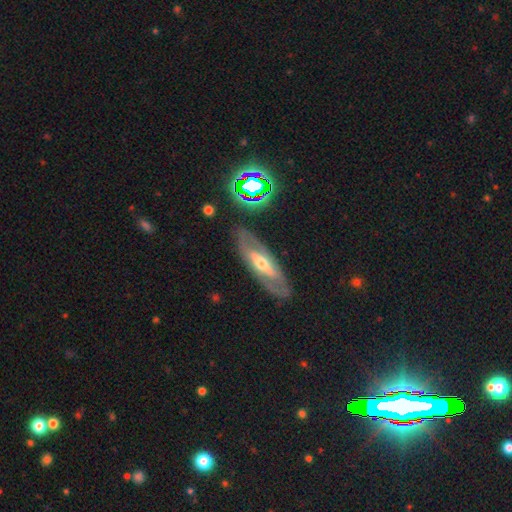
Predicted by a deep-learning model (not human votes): A featured or disk galaxy (68%). Merging: none (78%).